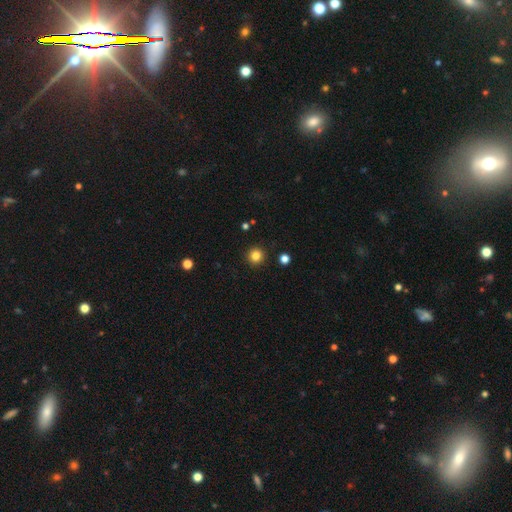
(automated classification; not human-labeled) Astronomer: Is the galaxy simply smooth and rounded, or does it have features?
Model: smooth — 83%.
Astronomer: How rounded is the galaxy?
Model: round — 95%.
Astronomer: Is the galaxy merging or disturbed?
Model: none — 92%.